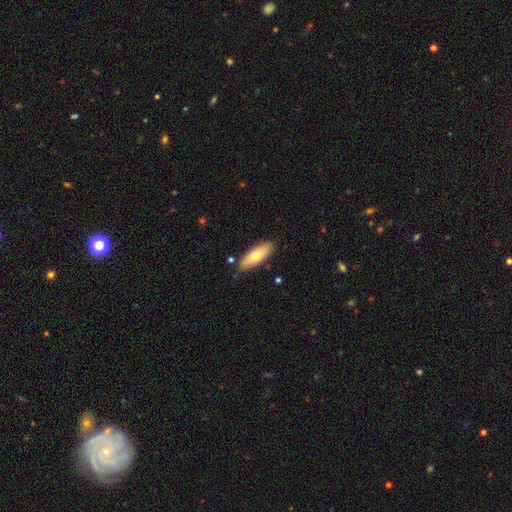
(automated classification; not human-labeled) smooth_or_featured: smooth (p=0.71) [alt: featured or disk p=0.23]
how_rounded: in between (p=0.65) [alt: cigar-shaped p=0.33]
merging: none (p=0.84) [alt: minor disturbance p=0.12]